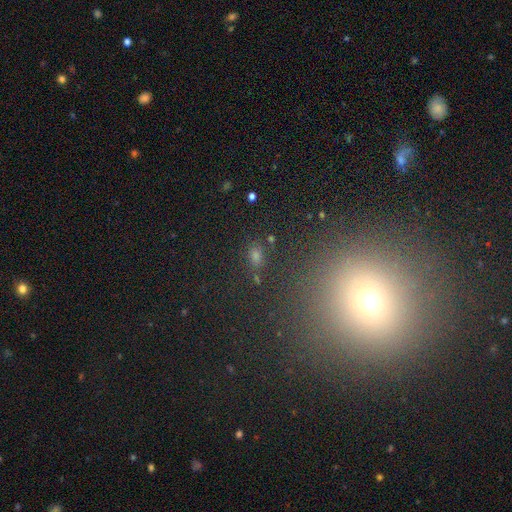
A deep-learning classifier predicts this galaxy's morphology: Smooth or featured: smooth — 59% (star or artifact — 32%)
How rounded: in between — 68% (round — 28%)
Merging: none — 76% (minor disturbance — 12%)